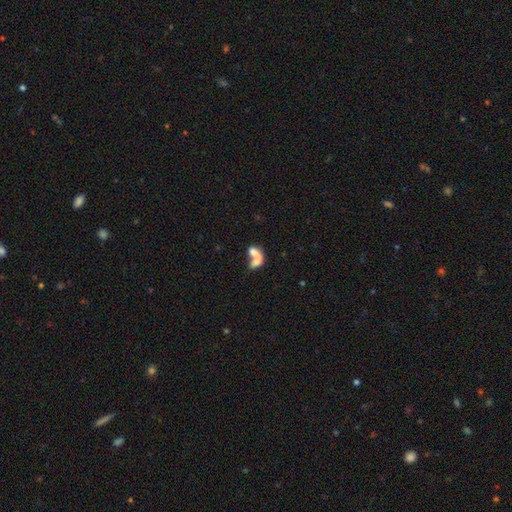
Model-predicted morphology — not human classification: A smooth galaxy with no disk features (58%) that is in between round and cigar-shaped (73%).

Vote fractions:
- Smooth or featured? smooth: 58% / featured or disk: 31% / star or artifact: 11%
- How rounded? in between: 73% / round: 17% / cigar-shaped: 10%
- Merging? merger: 57% / none: 20% / major disturbance: 16% / minor disturbance: 8%